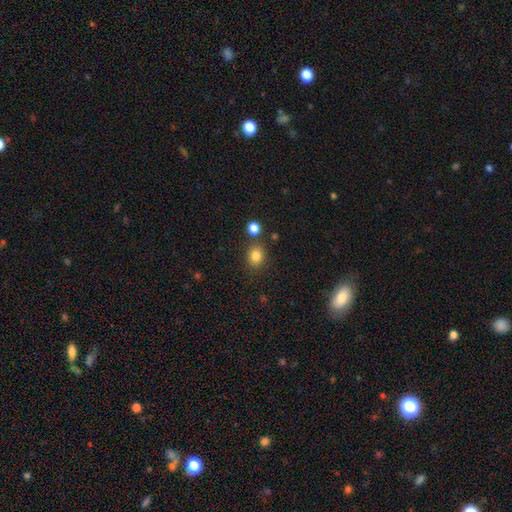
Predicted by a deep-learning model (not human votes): The model was most divided on "how rounded": round: 61%, in between: 38%, cigar-shaped: 1%. More confident: smooth or featured — smooth (83%); merging — none (78%).